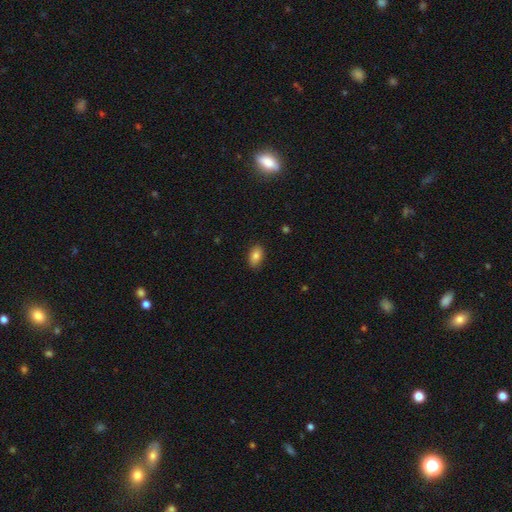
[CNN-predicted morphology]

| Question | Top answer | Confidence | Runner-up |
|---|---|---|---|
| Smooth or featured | smooth | 82% | featured or disk (9%) |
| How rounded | in between | 89% | round (9%) |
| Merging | none | 85% | minor disturbance (12%) |